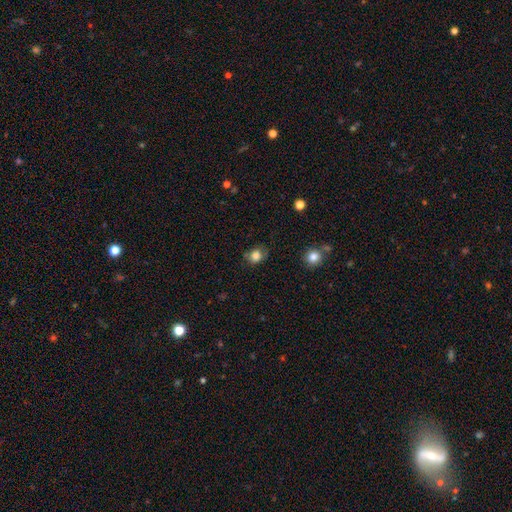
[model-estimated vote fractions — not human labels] The model was most divided on "how rounded": round: 65%, in between: 34%, cigar-shaped: 1%. More confident: smooth or featured — smooth (82%); merging — none (67%).